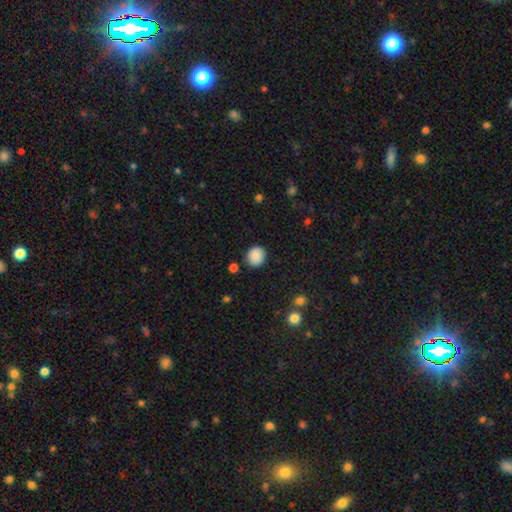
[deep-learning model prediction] Overall: smooth (88%). How rounded: round (87%). Merging: none (87%).